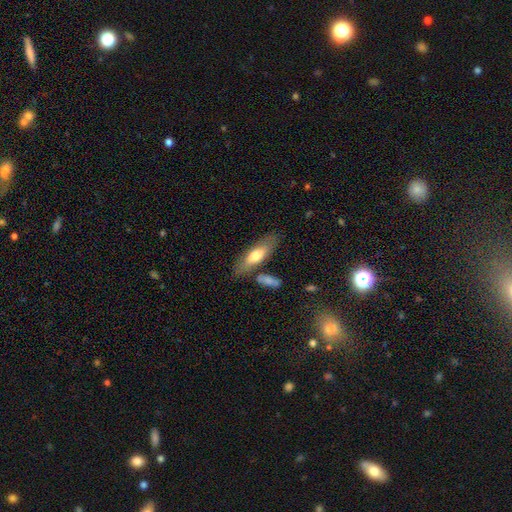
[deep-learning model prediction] This is likely a smooth galaxy (63%). How rounded: possibly in between (54%). Merging: likely none (73%).